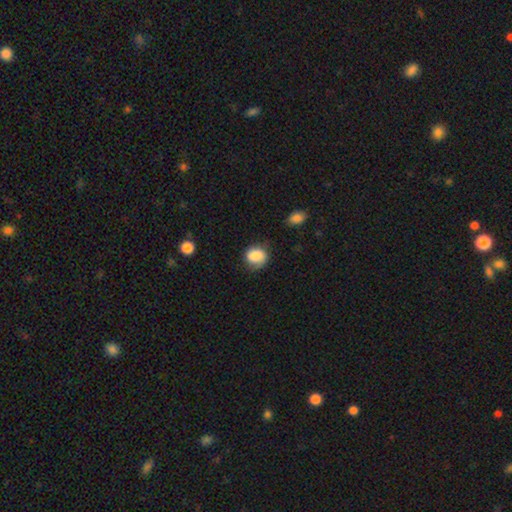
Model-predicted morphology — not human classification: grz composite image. It shows a smooth galaxy with no disk features (80%) that is round (70%). Merging: none (68%).